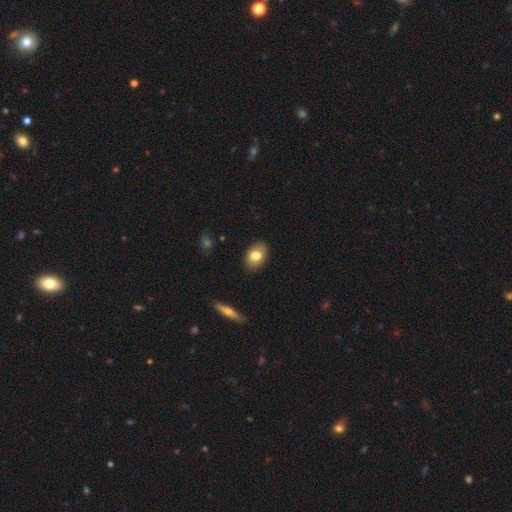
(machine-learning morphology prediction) This appears to be a smooth galaxy with no disk features (77%) that is in between round and cigar-shaped (86%). Merging: none (88%).